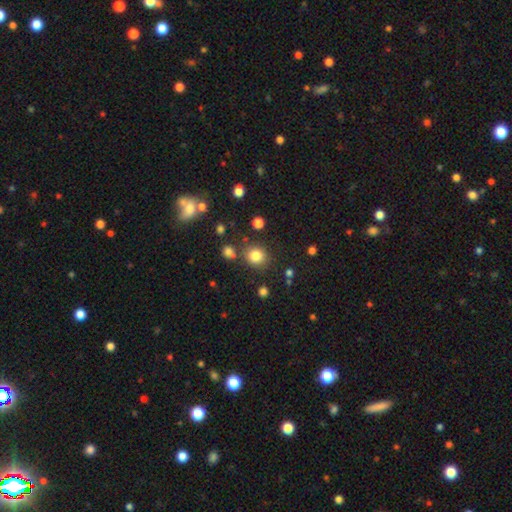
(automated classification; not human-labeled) Smooth or featured?
  - smooth: 81% *
  - star or artifact: 13%
  - featured or disk: 6%
How rounded?
  - round: 80% *
  - in between: 19%
  - cigar-shaped: 1%
Merging?
  - none: 78% *
  - minor disturbance: 11%
  - merger: 8%
  - major disturbance: 4%